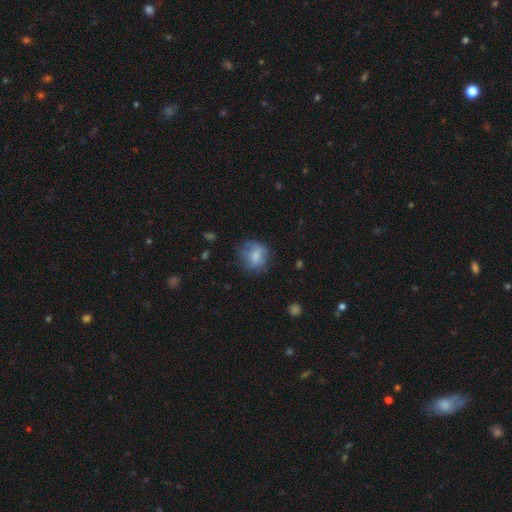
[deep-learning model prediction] Smooth or featured? Predicted: smooth (p=0.72). How rounded? Predicted: round (p=0.73). Merging? Predicted: none (p=0.62).